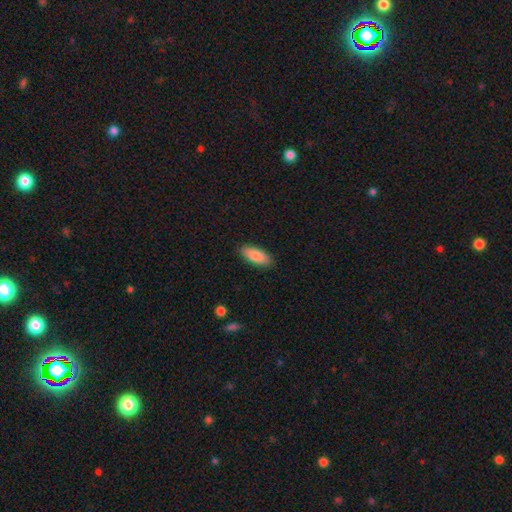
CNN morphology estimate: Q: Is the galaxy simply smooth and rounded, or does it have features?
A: smooth — 86%.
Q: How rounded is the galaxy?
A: in between — 80%.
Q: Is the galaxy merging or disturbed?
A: none — 89%.